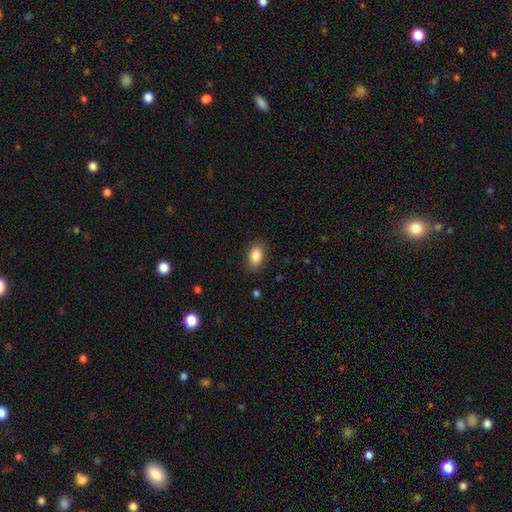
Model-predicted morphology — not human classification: The model was most divided on "merging": none: 86%, minor disturbance: 10%, major disturbance: 3%, merger: 1%. More confident: how rounded — in between (88%); smooth or featured — smooth (86%).